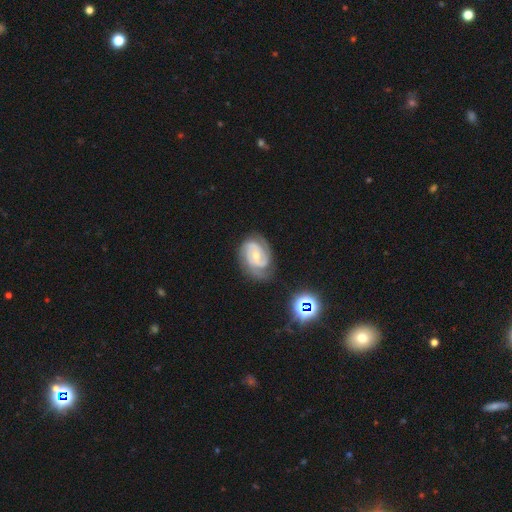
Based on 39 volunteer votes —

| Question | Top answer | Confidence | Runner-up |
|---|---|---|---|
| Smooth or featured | featured or disk | 85% | smooth (10%) |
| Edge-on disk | no | 100% | — |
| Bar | no | 48% | weak (42%) |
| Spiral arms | yes | 88% | no (12%) |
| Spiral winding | tight | 55% | medium (31%) |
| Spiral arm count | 3 | 48% | 2 (38%) |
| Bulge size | moderate | 70% | small (24%) |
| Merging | none | 70% | minor disturbance (30%) |